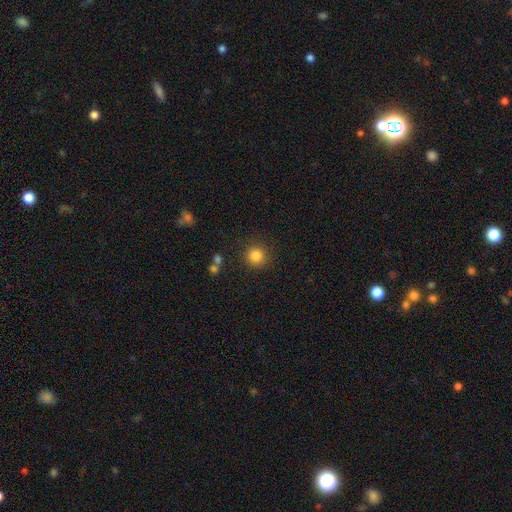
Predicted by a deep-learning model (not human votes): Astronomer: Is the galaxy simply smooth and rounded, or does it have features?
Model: smooth — 83%.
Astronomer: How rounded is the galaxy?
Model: round — 94%.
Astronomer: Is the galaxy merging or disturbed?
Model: none — 87%.